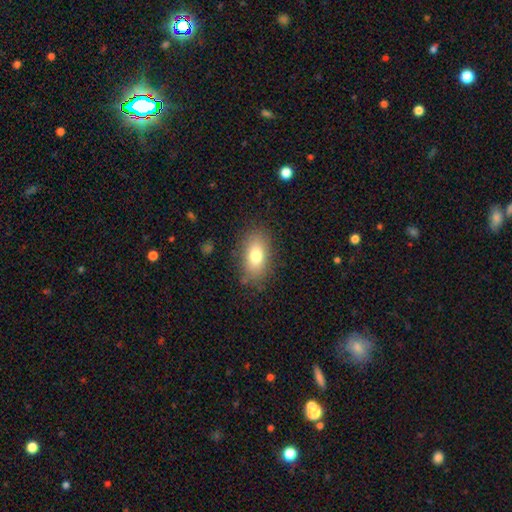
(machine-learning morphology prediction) smooth-or-featured: smooth: 77% | featured or disk: 14% | star or artifact: 9%
  how-rounded: in between: 87% | round: 10% | cigar-shaped: 3%
  merging: none: 82% | minor disturbance: 12% | major disturbance: 4% | merger: 1%